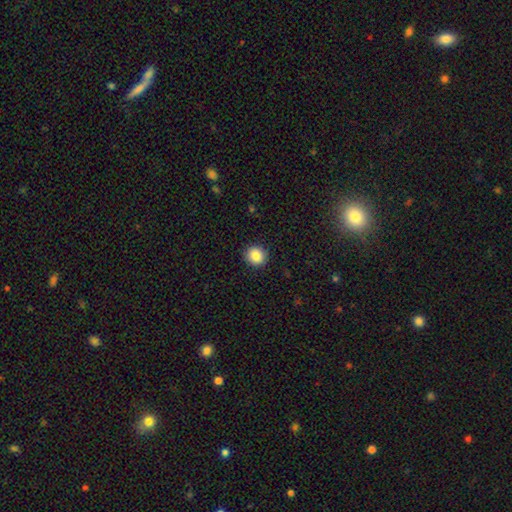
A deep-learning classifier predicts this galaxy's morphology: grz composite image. It shows a smooth galaxy with no disk features (85%) that is round (90%). Merging: none (92%).